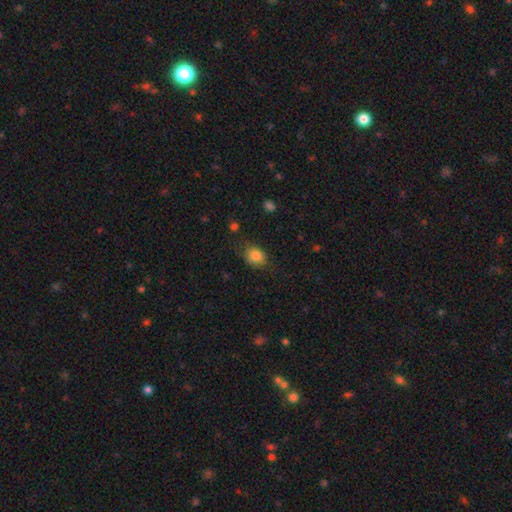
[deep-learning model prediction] Smooth or featured? smooth (83%)
How rounded? round (53%)
Merging? none (75%)